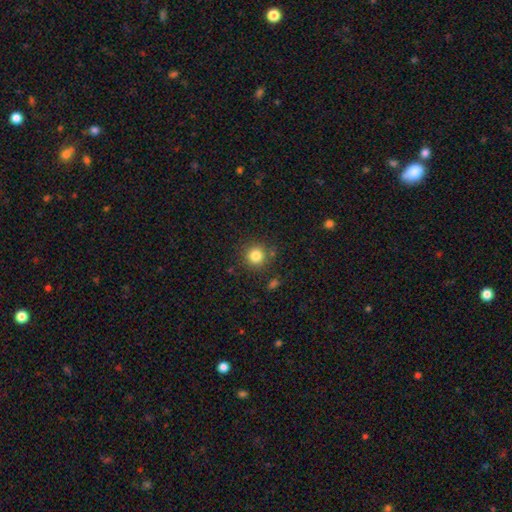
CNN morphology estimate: A smooth galaxy with no disk features (83%) that is round (93%). Merging: none (84%).